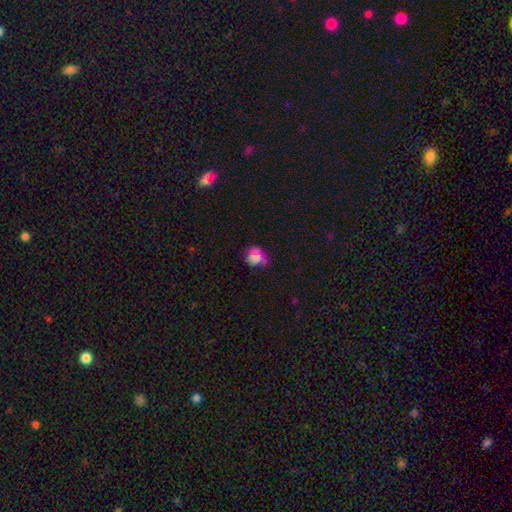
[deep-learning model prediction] smooth_or_featured: smooth (p=0.74) [alt: featured or disk p=0.15]
how_rounded: round (p=0.69) [alt: in between p=0.30]
merging: none (p=0.48) [alt: minor disturbance p=0.33]